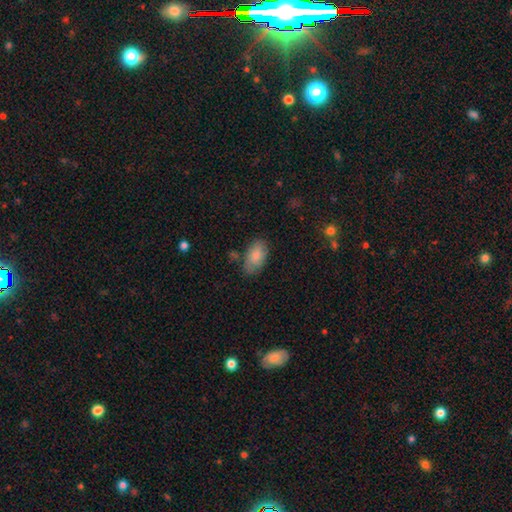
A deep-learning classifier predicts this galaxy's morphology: A smooth galaxy with no disk features (84%) that is in between round and cigar-shaped (94%). Merging: none (71%).